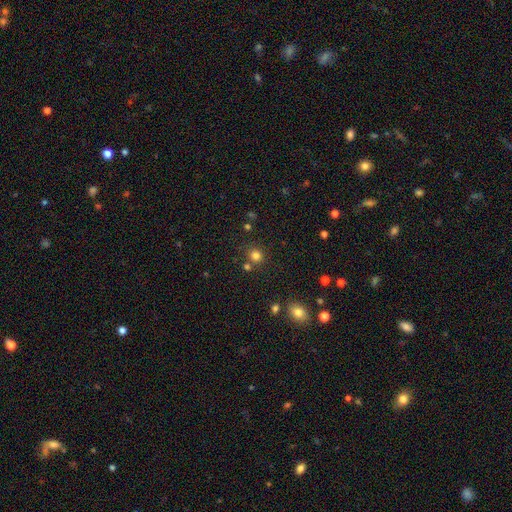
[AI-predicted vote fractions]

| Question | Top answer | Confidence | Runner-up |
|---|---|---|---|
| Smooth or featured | smooth | 78% | star or artifact (16%) |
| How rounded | round | 89% | in between (10%) |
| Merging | none | 77% | merger (12%) |